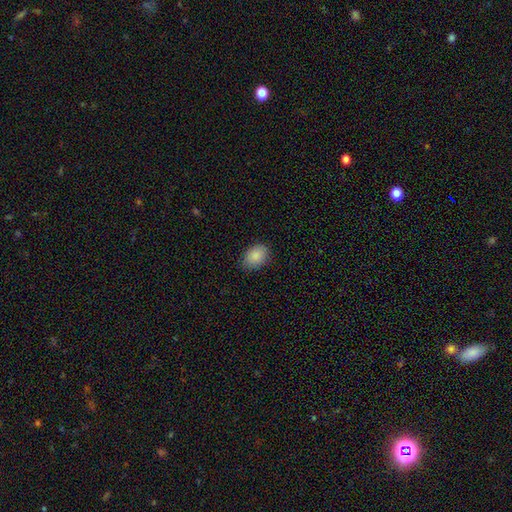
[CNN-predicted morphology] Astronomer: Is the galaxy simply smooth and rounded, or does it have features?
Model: smooth — 88%.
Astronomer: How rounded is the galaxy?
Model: in between — 79%.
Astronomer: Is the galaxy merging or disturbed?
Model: none — 83%.